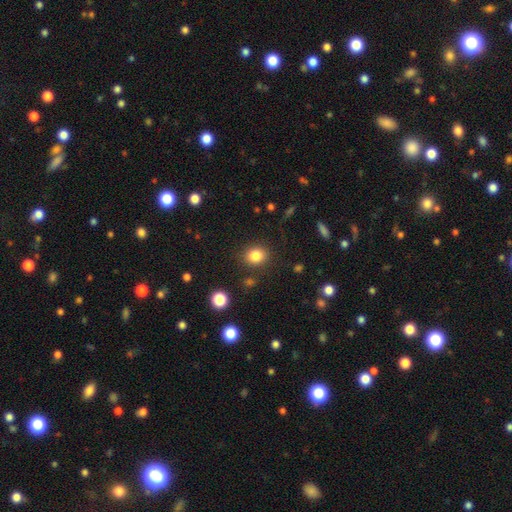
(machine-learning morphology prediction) A smooth galaxy with no disk features (83%) that is round (72%). Merging: none (87%).